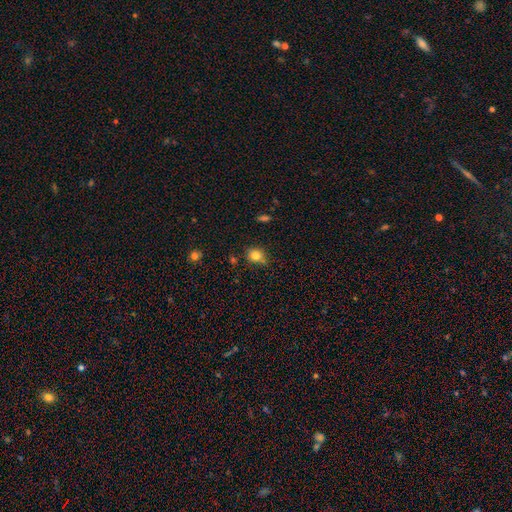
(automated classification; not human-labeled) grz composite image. It shows a smooth galaxy with no disk features (81%) that is round (72%). Merging: none (70%).